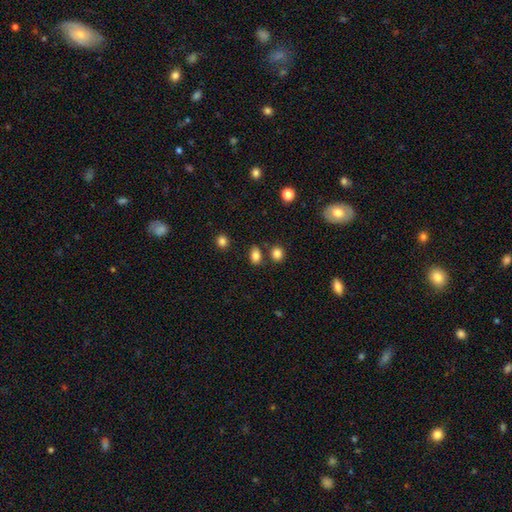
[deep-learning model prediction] Overall: smooth (83%). How rounded: in between (70%). Merging: none (73%).